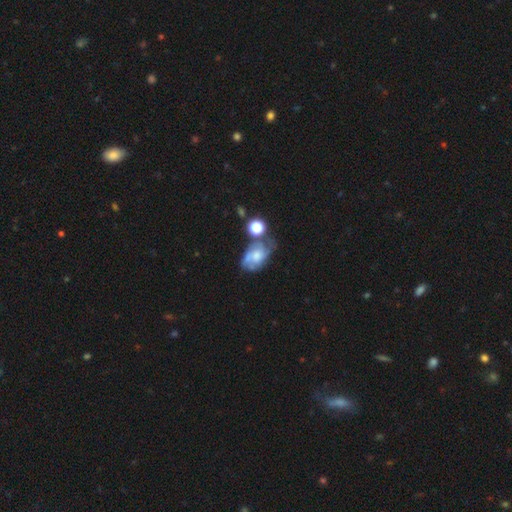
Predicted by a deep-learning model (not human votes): The model was most divided on "merging": none: 33%, minor disturbance: 26%, merger: 21%, major disturbance: 19%. Remaining: edge-on disk — no (96%); bar — no (77%); spiral arms — yes (70%); smooth or featured — featured or disk (58%); bulge size — moderate (41%).